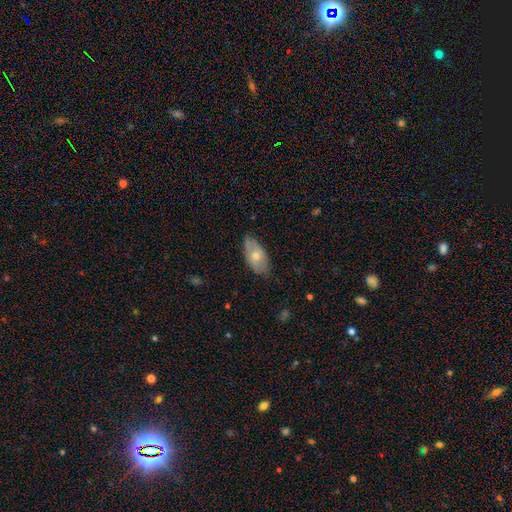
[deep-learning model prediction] The model was most divided on "smooth or featured": smooth: 63%, featured or disk: 31%, star or artifact: 6%. More confident: how rounded — in between (92%); merging — none (73%).